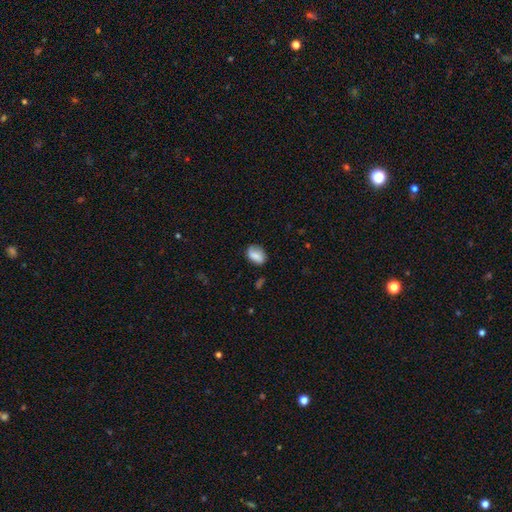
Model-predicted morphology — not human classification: Smooth or featured: smooth — 78% (featured or disk — 14%)
How rounded: in between — 81% (round — 17%)
Merging: none — 72% (minor disturbance — 21%)